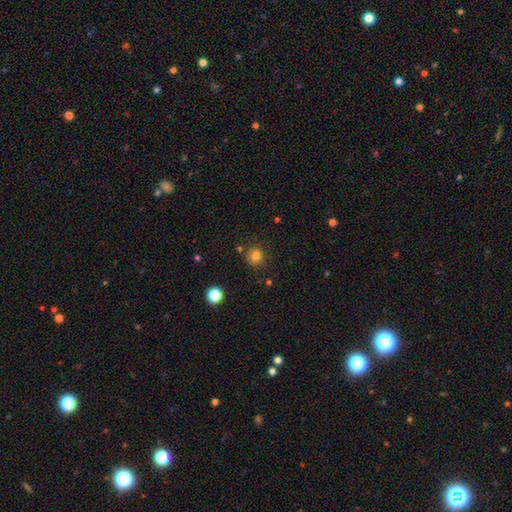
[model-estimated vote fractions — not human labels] Q: Smooth or featured?
A: smooth (81%); runner-up: star or artifact (13%)
Q: How rounded?
A: round (88%); runner-up: in between (11%)
Q: Merging?
A: none (82%); runner-up: minor disturbance (11%)